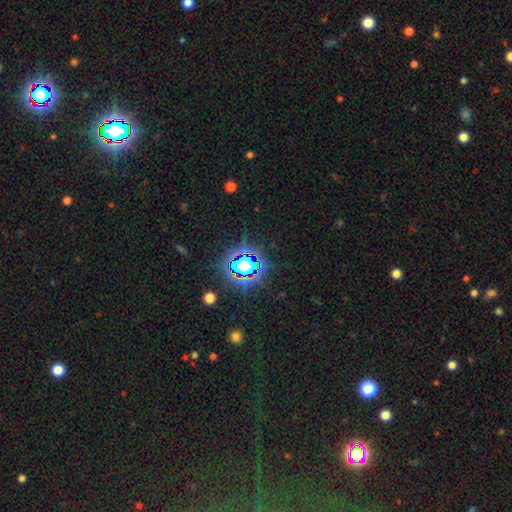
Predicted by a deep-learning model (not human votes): A star or artifact, not a galaxy (83%).

Vote fractions:
- Smooth or featured? star or artifact: 83% / smooth: 10% / featured or disk: 7%